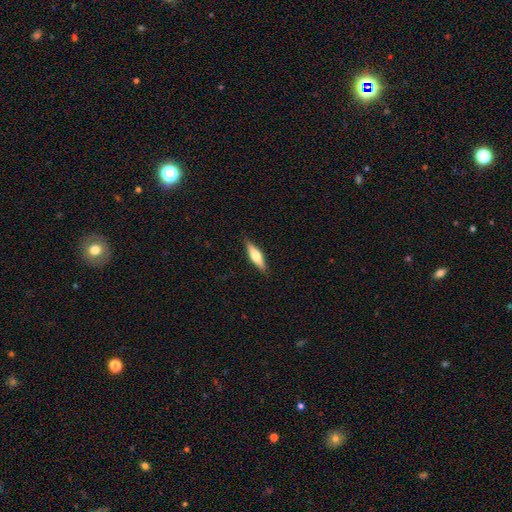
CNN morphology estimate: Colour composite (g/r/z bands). It shows a smooth galaxy with no disk features (48%). Merging: none (88%).